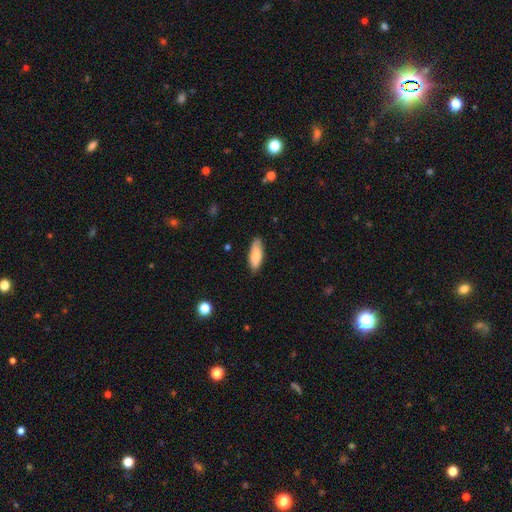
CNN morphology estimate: Overall: smooth (82%). How rounded: in between (64%; cigar-shaped 35%). Merging: none (82%).